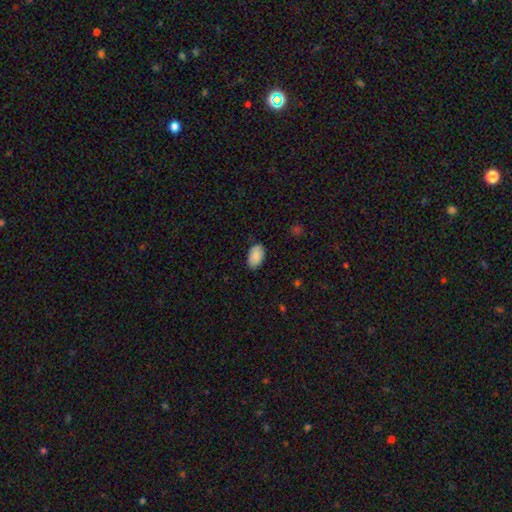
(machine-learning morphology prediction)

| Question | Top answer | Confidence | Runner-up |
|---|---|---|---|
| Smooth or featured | smooth | 89% | star or artifact (6%) |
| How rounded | in between | 94% | round (5%) |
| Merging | none | 84% | minor disturbance (12%) |